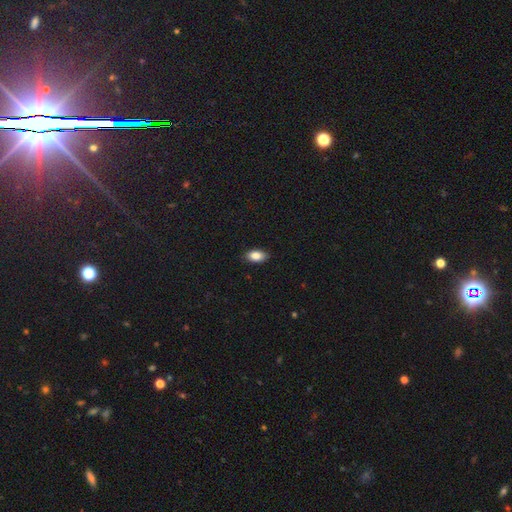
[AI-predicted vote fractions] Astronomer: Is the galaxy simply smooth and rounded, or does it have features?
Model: smooth — 86%.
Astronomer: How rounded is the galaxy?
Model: in between — 91%.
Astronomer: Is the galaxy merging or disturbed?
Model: none — 88%.